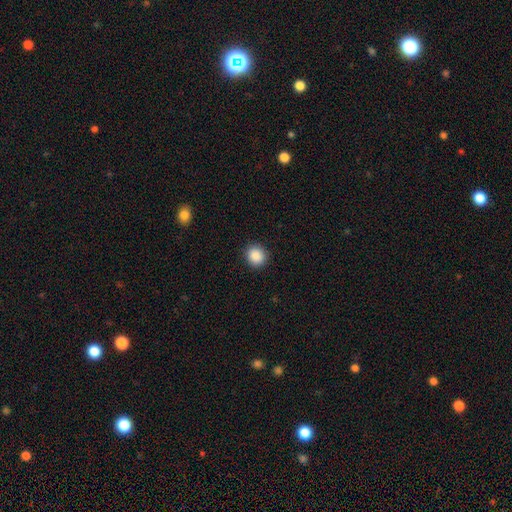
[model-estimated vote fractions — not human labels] A smooth galaxy with no disk features (89%) that is round (84%). Merging: none (90%).